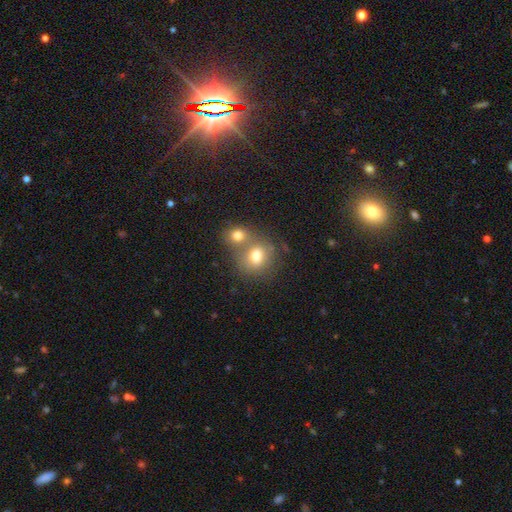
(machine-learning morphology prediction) Q: Smooth or featured?
A: smooth (74%); runner-up: featured or disk (15%)
Q: How rounded?
A: round (72%); runner-up: in between (27%)
Q: Merging?
A: merger (49%); runner-up: none (39%)